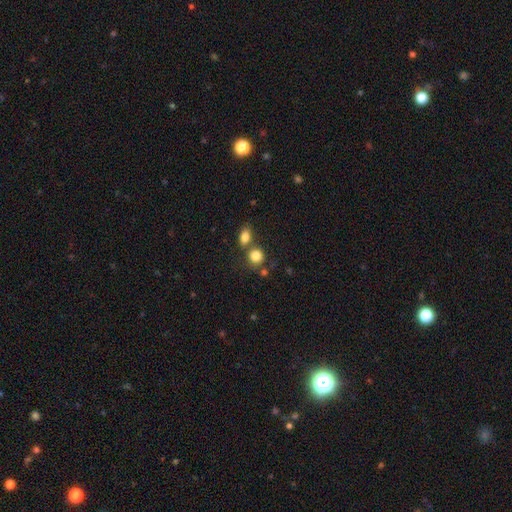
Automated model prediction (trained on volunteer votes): smooth 83%, star or artifact 10%, featured or disk 7%. Down the decision tree: how rounded — round (77%); merging — none (56%).